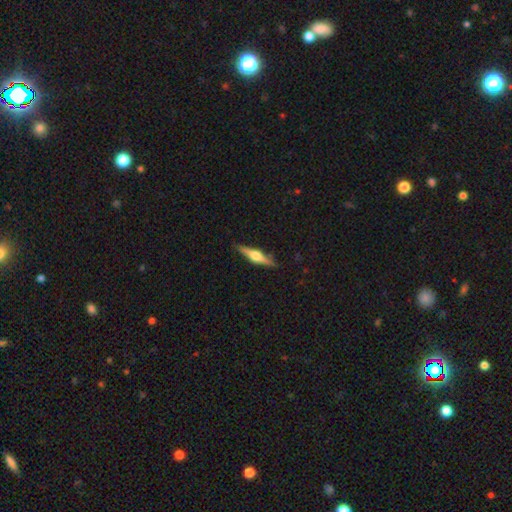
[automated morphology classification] A featured or disk galaxy (74%) viewed edge-on (98%) with a rounded central bulge (91%). Merging: none (88%).